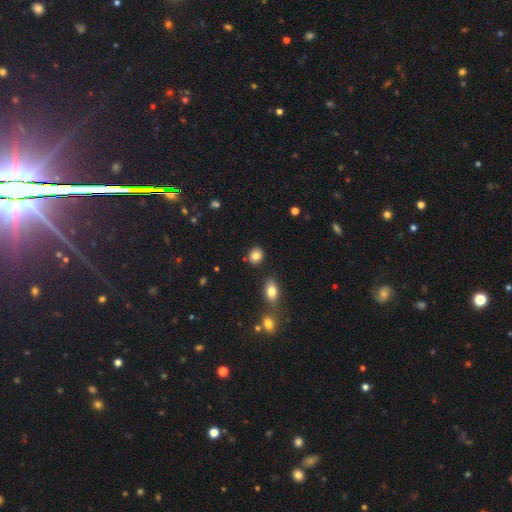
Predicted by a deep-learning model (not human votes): smooth 82%, star or artifact 10%, featured or disk 8%. Down the decision tree: how rounded — round (76%); merging — none (85%).